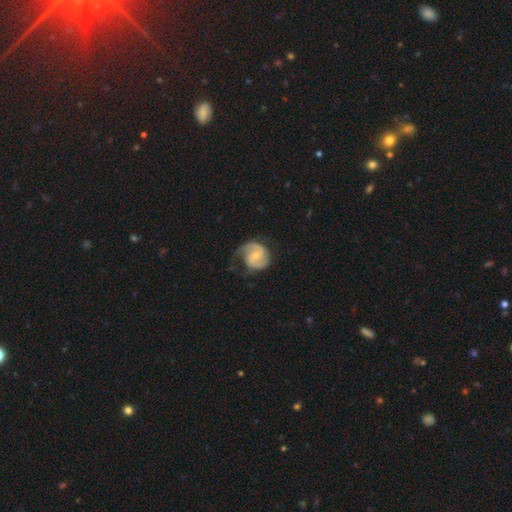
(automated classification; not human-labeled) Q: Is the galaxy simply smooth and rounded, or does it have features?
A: featured or disk — 83%.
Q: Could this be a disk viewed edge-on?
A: no — 98%.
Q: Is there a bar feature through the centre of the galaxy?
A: no — 55%.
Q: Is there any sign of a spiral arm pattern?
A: yes — 97%.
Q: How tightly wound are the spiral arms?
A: medium — 50%.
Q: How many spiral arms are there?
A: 2 — 85%.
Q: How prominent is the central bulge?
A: small — 54%.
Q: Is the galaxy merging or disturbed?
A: none — 63%.